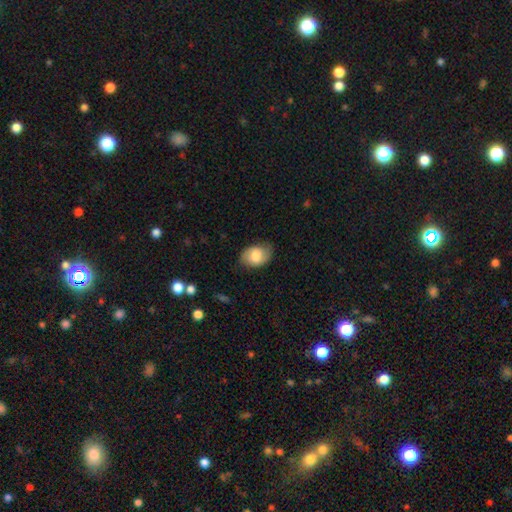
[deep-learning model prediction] A smooth galaxy with no disk features (71%) that is in between round and cigar-shaped (83%).

Vote fractions:
- Smooth or featured? smooth: 71% / featured or disk: 22% / star or artifact: 7%
- How rounded? in between: 83% / round: 16% / cigar-shaped: 1%
- Merging? none: 75% / minor disturbance: 19% / major disturbance: 4% / merger: 1%